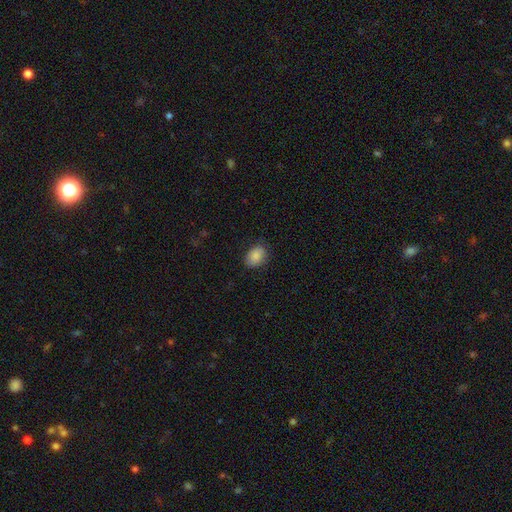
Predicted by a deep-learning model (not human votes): Morphology: type=smooth (86%); roundness=in between (78%); merging=none (79%).